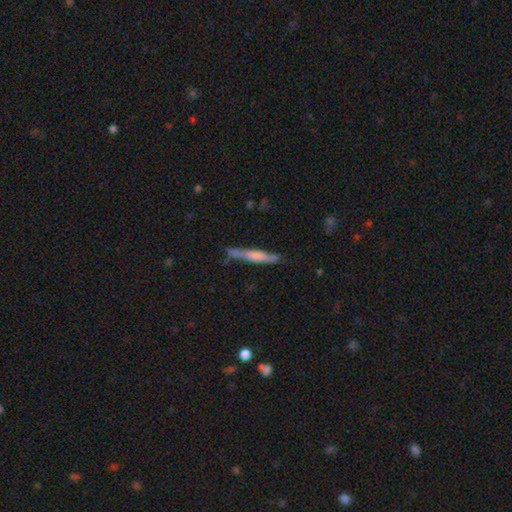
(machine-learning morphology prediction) A smooth galaxy with no disk features (53%) that is cigar-shaped (94%). Merging: none (77%).